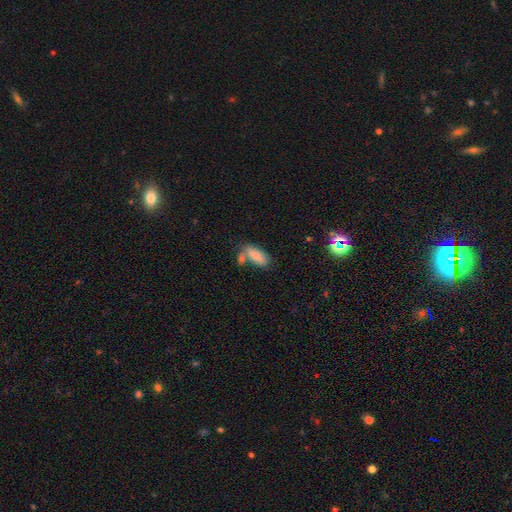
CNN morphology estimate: A smooth galaxy with no disk features (80%) that is in between round and cigar-shaped (83%).

Vote fractions:
- Smooth or featured? smooth: 80% / featured or disk: 13% / star or artifact: 7%
- How rounded? in between: 83% / cigar-shaped: 15% / round: 3%
- Merging? none: 50% / merger: 30% / minor disturbance: 15% / major disturbance: 5%